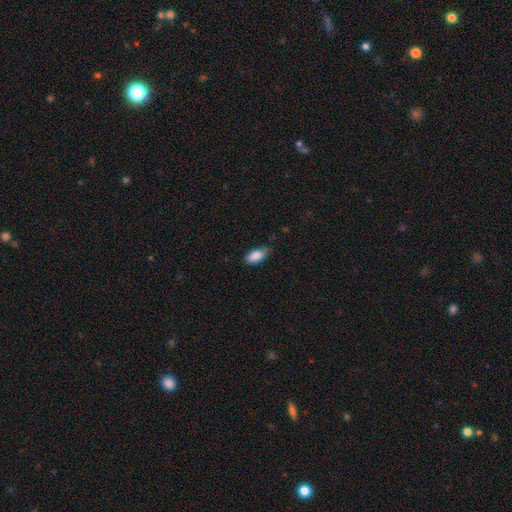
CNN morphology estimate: The model was most divided on "merging": none: 67%, minor disturbance: 28%, major disturbance: 4%, merger: 1%. More confident: how rounded — in between (90%); smooth or featured — smooth (87%).